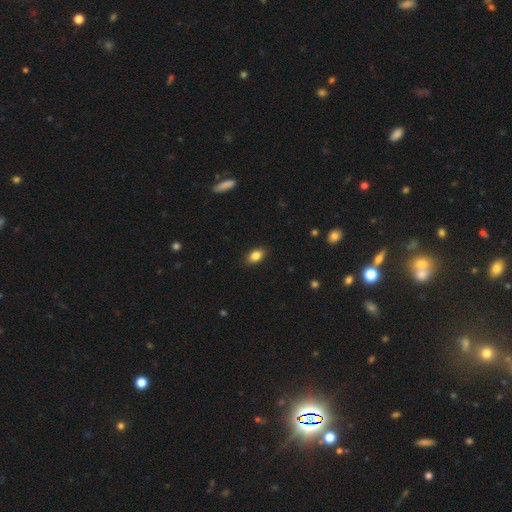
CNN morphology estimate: Smooth or featured? smooth (85%)
How rounded? in between (86%)
Merging? none (88%)